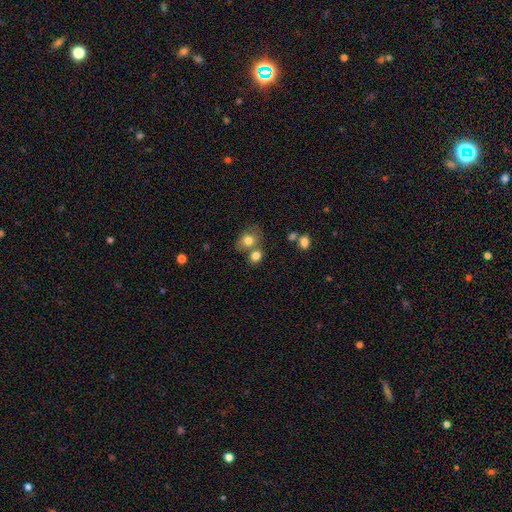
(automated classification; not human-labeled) Smooth or featured?
  - smooth: 79% *
  - star or artifact: 11%
  - featured or disk: 10%
How rounded?
  - round: 57% *
  - in between: 42%
  - cigar-shaped: 1%
Merging?
  - none: 47% *
  - merger: 38%
  - minor disturbance: 11%
  - major disturbance: 4%